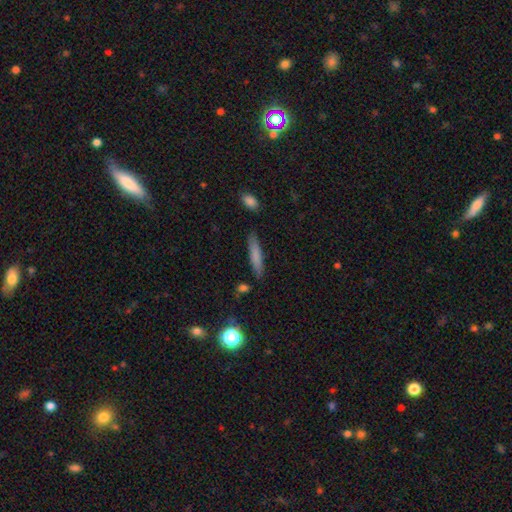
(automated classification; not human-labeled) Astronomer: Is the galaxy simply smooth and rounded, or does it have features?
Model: smooth — 75%.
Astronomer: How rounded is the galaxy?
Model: cigar-shaped — 88%.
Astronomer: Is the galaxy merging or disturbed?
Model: none — 84%.